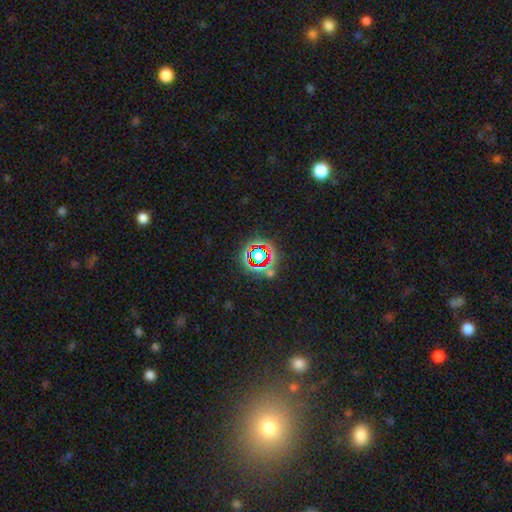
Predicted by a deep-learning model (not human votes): smooth-or-featured: star or artifact: 66% | smooth: 22% | featured or disk: 12%